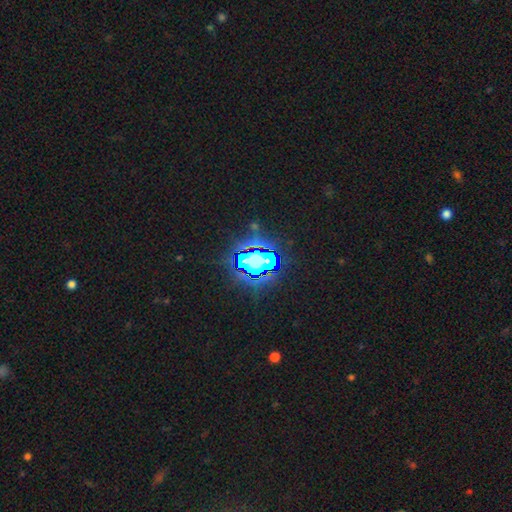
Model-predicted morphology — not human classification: This is clearly a star or artifact rather than a galaxy (82%).